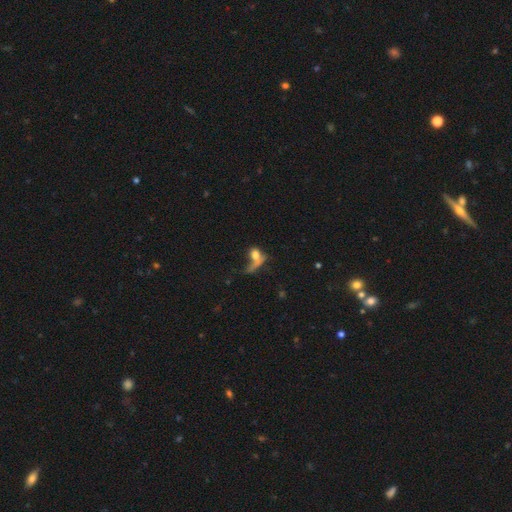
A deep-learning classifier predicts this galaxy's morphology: Smooth or featured: smooth — 62% (featured or disk — 25%)
How rounded: in between — 46% (round — 43%)
Merging: major disturbance — 32% (merger — 28%)